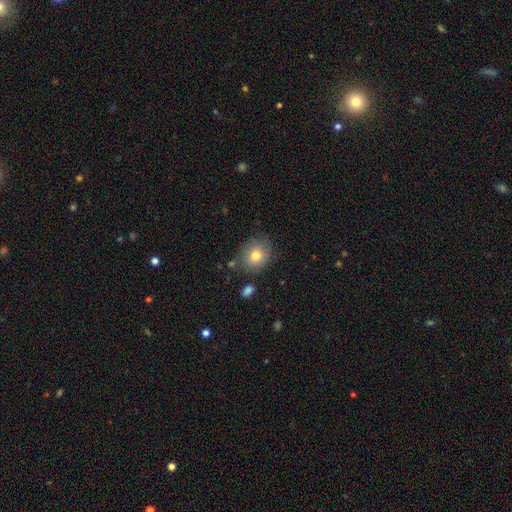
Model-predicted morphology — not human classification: Q: Smooth or featured?
A: smooth (77%); runner-up: featured or disk (14%)
Q: How rounded?
A: round (68%); runner-up: in between (31%)
Q: Merging?
A: none (74%); runner-up: minor disturbance (17%)